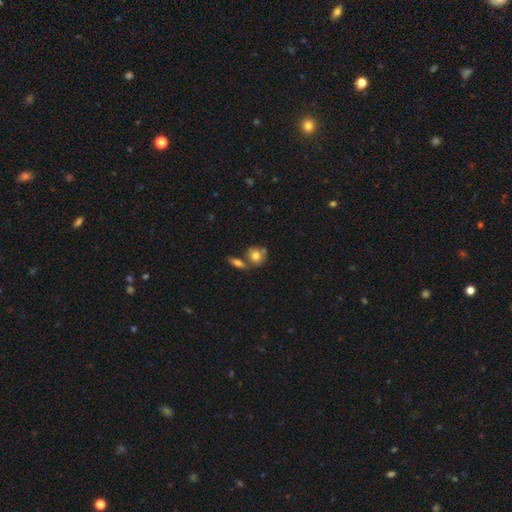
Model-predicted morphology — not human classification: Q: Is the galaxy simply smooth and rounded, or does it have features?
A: smooth — 76%.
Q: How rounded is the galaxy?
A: round — 71%.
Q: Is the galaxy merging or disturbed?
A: none — 51%.